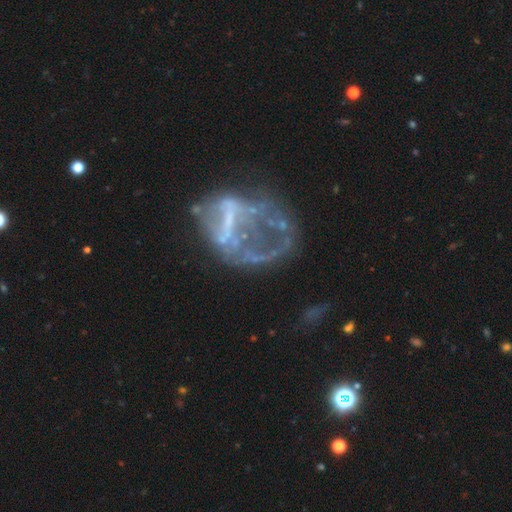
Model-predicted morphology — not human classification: Smooth or featured?
  - featured or disk: 68% *
  - smooth: 17%
  - star or artifact: 15%
Edge-on disk?
  - no: 97% *
  - yes: 3%
Bar?
  - no: 60% *
  - weak: 21%
  - strong: 19%
Spiral arms?
  - no: 80% *
  - yes: 20%
Bulge size?
  - none: 69% *
  - small: 17%
  - moderate: 11%
  - large: 2%
  - dominant: 1%
Merging?
  - major disturbance: 46% *
  - none: 29%
  - minor disturbance: 14%
  - merger: 11%